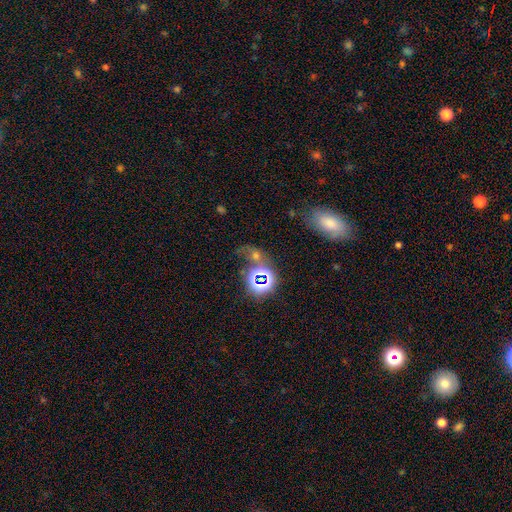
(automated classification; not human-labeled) smooth_or_featured: star or artifact (p=0.49) [alt: smooth p=0.37]